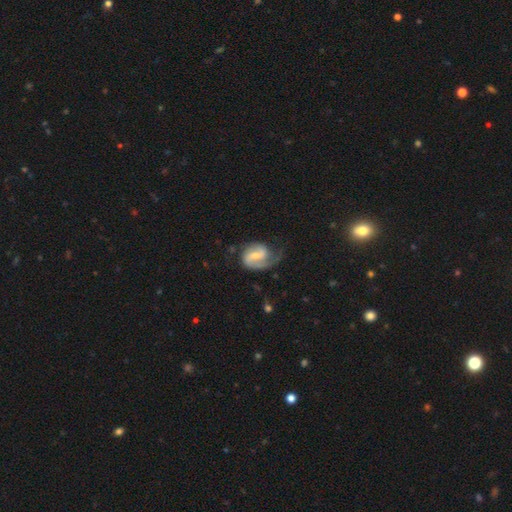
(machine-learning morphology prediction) This appears to be a featured or disk galaxy (78%) with a weak bar (52%), 2 (63%) medium (46%) spiral arms (94%) and a small central bulge (46%). Merging: none (48%).